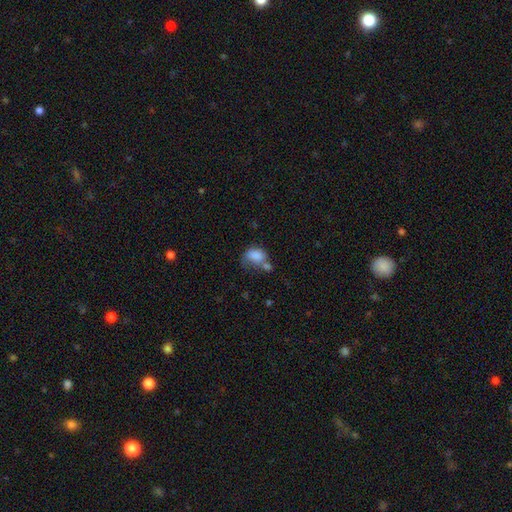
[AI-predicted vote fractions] This is clearly a smooth galaxy (81%). How rounded: likely in between (73%). Merging: marginally merger (34%).